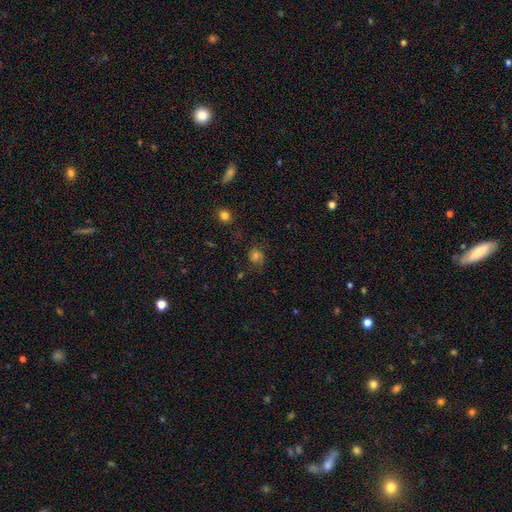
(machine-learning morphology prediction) Smooth or featured: smooth — 64% (star or artifact — 21%)
How rounded: round — 72% (in between — 26%)
Merging: none — 61% (minor disturbance — 22%)